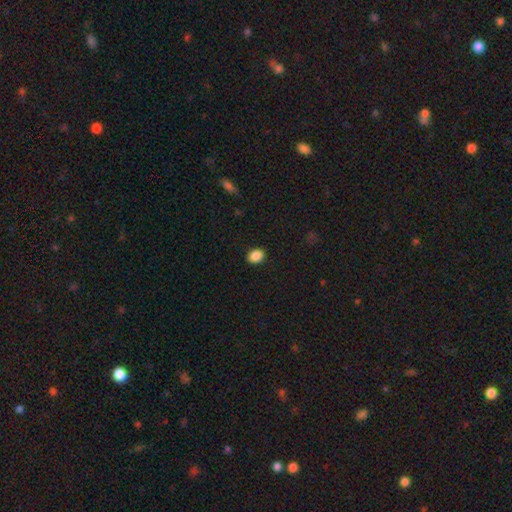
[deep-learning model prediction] Smooth or featured: smooth — 88% (star or artifact — 9%)
How rounded: in between — 63% (round — 36%)
Merging: none — 89% (minor disturbance — 8%)